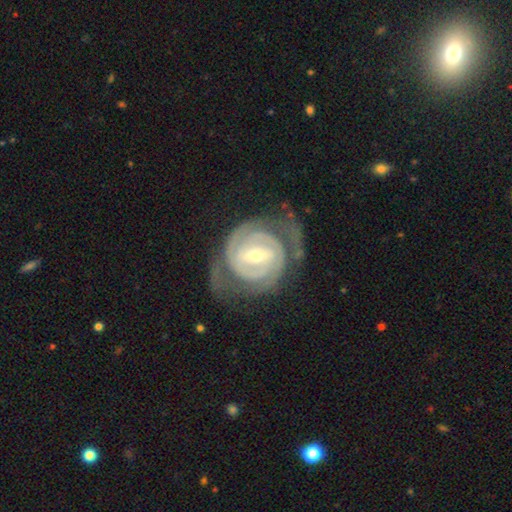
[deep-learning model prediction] smooth_or_featured: featured or disk (p=0.89) [alt: smooth p=0.07]
disk_edge_on: no (p=0.97) [alt: yes p=0.03]
bar: strong (p=0.44) [alt: weak p=0.40]
has_spiral_arms: yes (p=0.94) [alt: no p=0.06]
spiral_winding: tight (p=0.69) [alt: medium p=0.24]
spiral_arm_count: 2 (p=0.71) [alt: can't tell p=0.14]
bulge_size: small (p=0.58) [alt: moderate p=0.38]
merging: none (p=0.65) [alt: minor disturbance p=0.17]